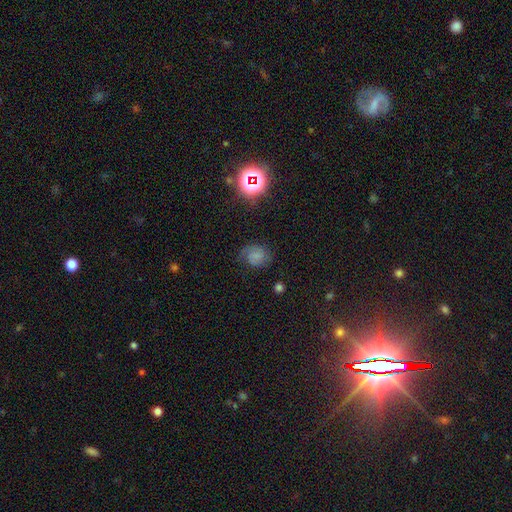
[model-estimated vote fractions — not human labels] A smooth galaxy with no disk features (47%).

Vote fractions:
- Smooth or featured? smooth: 47% / featured or disk: 35% / star or artifact: 18%
- Merging? none: 65% / minor disturbance: 21% / major disturbance: 12% / merger: 2%